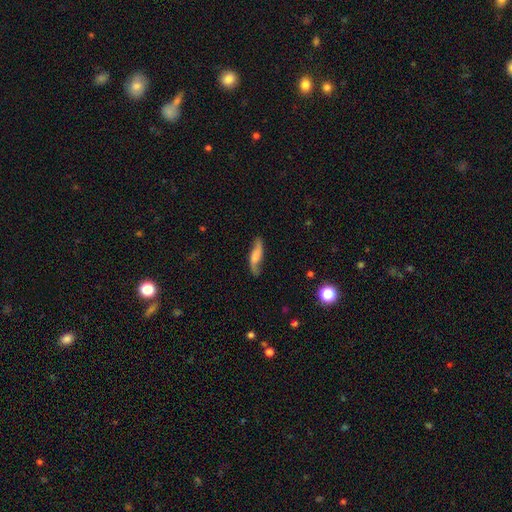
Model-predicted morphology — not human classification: This appears to be a featured or disk galaxy (60%). Merging: none (73%).